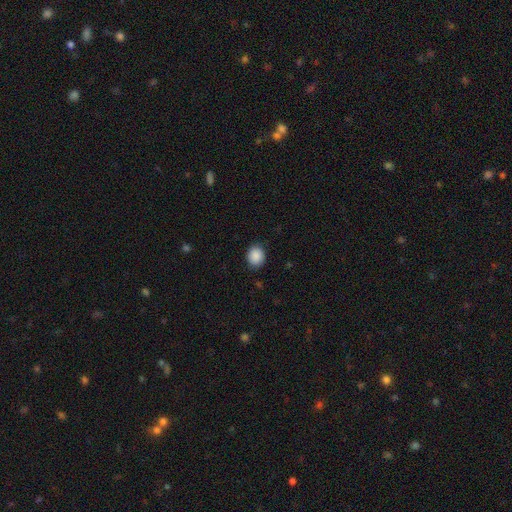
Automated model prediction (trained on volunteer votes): Smooth or featured: smooth — 89% (star or artifact — 8%)
How rounded: round — 67% (in between — 32%)
Merging: none — 88% (minor disturbance — 9%)